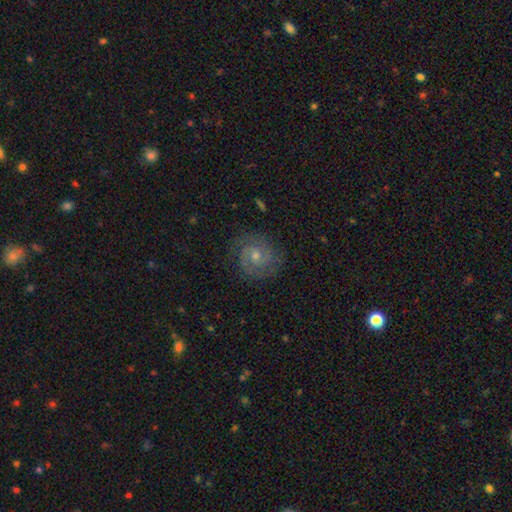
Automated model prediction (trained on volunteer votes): Smooth or featured? Predicted: featured or disk (p=0.78). Edge-on disk? Predicted: no (p=0.98). Bar? Predicted: no (p=0.60). Spiral arms? Predicted: yes (p=0.96). Spiral winding? Predicted: tight (p=0.57). Spiral arm count? Predicted: 2 (p=0.71). Bulge size? Predicted: small (p=0.51). Merging? Predicted: none (p=0.82).